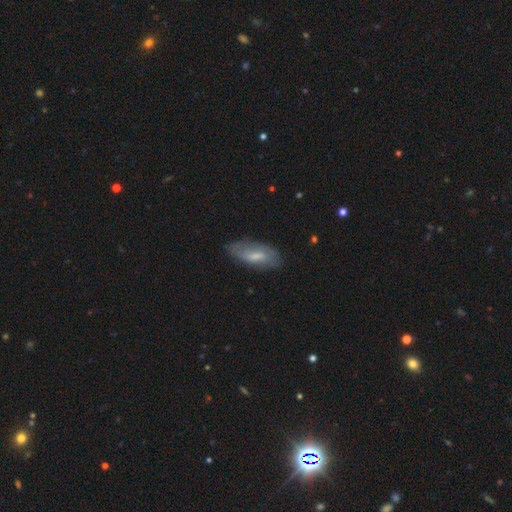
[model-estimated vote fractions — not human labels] Overall: smooth (54%; featured or disk 40%). How rounded: in between (79%). Merging: none (73%).